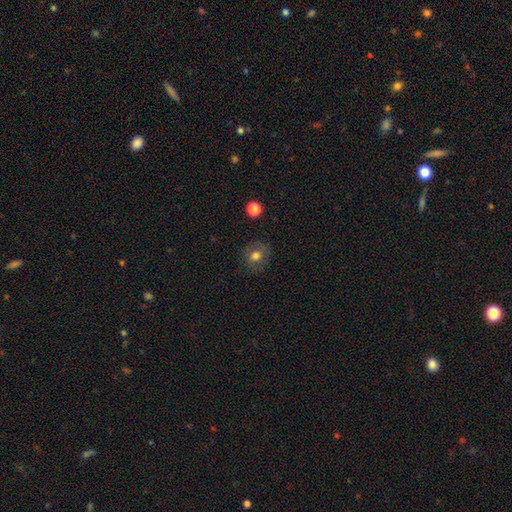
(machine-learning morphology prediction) A smooth galaxy with no disk features (71%) that is round (78%). Merging: none (81%).